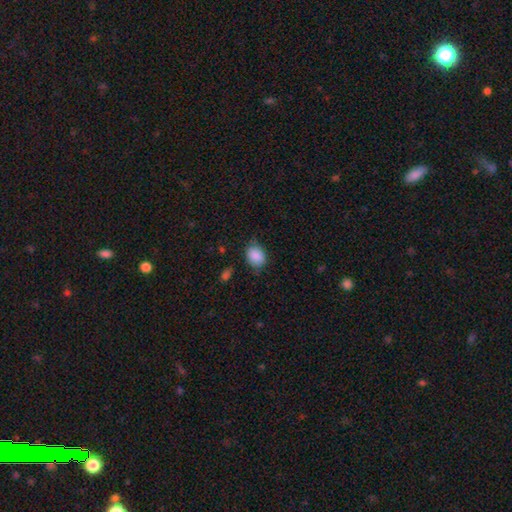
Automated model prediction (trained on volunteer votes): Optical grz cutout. It shows a smooth galaxy with no disk features (88%) that is in between round and cigar-shaped (53%). Merging: none (70%).